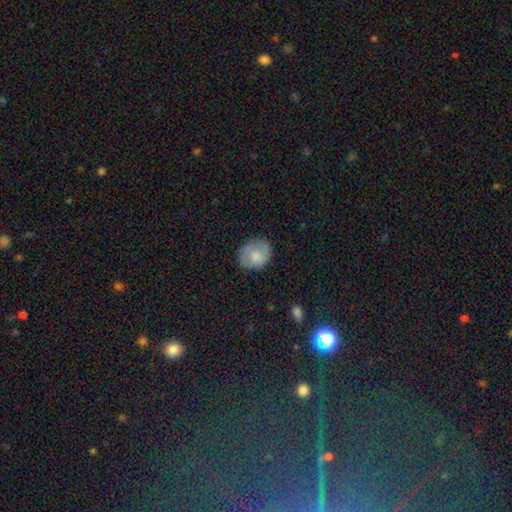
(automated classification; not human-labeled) Overall: smooth (79%). How rounded: round (61%; in between 38%). Merging: none (74%).